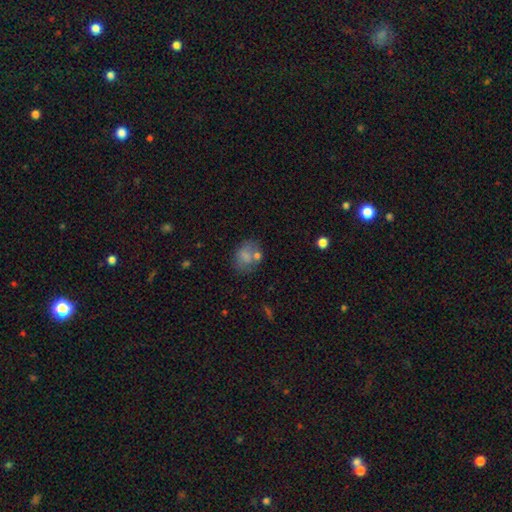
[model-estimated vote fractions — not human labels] Smooth or featured: smooth — 68% (featured or disk — 20%)
How rounded: in between — 56% (round — 43%)
Merging: none — 54% (merger — 19%)